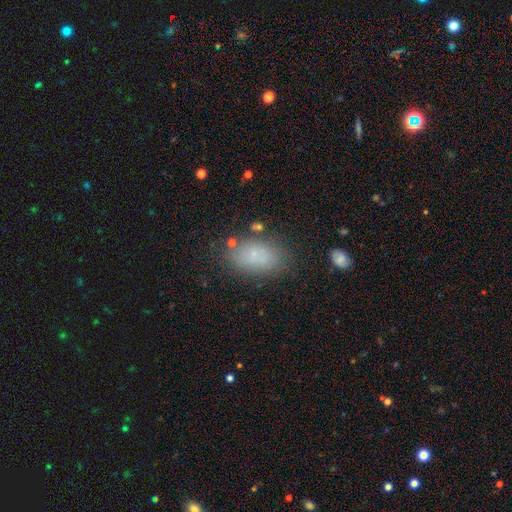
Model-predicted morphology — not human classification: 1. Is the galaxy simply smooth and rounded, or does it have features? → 74% smooth, 14% featured or disk, 12% star or artifact.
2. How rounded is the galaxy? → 89% in between, 9% round, 2% cigar-shaped.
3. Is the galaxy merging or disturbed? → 74% none, 16% minor disturbance, 6% major disturbance, 4% merger.